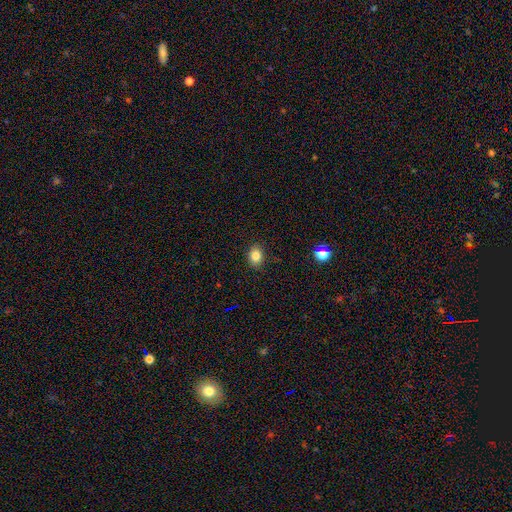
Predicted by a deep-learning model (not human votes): Smooth or featured?
  - smooth: 82% *
  - star or artifact: 11%
  - featured or disk: 7%
How rounded?
  - in between: 62% *
  - round: 37%
  - cigar-shaped: 1%
Merging?
  - none: 88% *
  - minor disturbance: 9%
  - major disturbance: 2%
  - merger: 1%